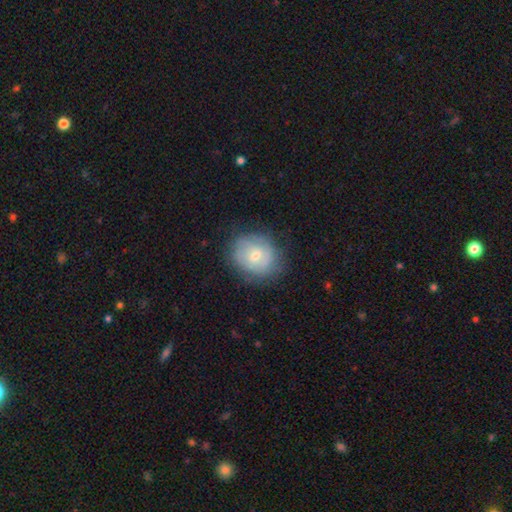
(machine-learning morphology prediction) Q: Smooth or featured?
A: smooth (50%); runner-up: featured or disk (42%)
Q: Merging?
A: none (75%); runner-up: minor disturbance (17%)